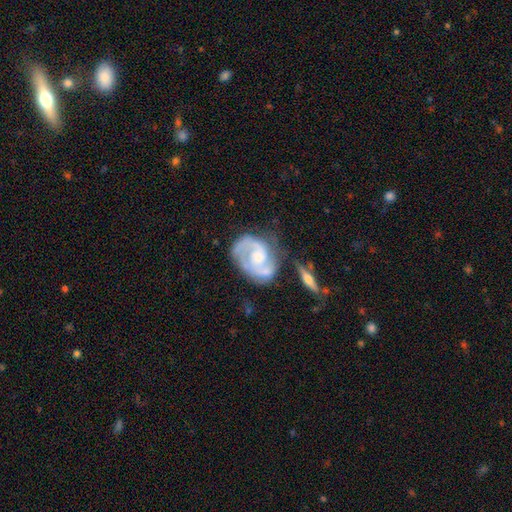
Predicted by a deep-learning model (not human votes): Smooth or featured?
  - featured or disk: 82% *
  - smooth: 13%
  - star or artifact: 5%
Edge-on disk?
  - no: 97% *
  - yes: 3%
Bar?
  - no: 62% *
  - weak: 32%
  - strong: 6%
Spiral arms?
  - yes: 93% *
  - no: 7%
Spiral winding?
  - medium: 44% *
  - tight: 41%
  - loose: 15%
Spiral arm count?
  - 2: 69% *
  - can't tell: 12%
  - 1: 10%
  - 3: 6%
  - 4: 2%
  - more than 4: 1%
Bulge size?
  - moderate: 44% *
  - small: 42%
  - none: 7%
  - large: 6%
  - dominant: 1%
Merging?
  - none: 47% *
  - minor disturbance: 22%
  - merger: 18%
  - major disturbance: 14%